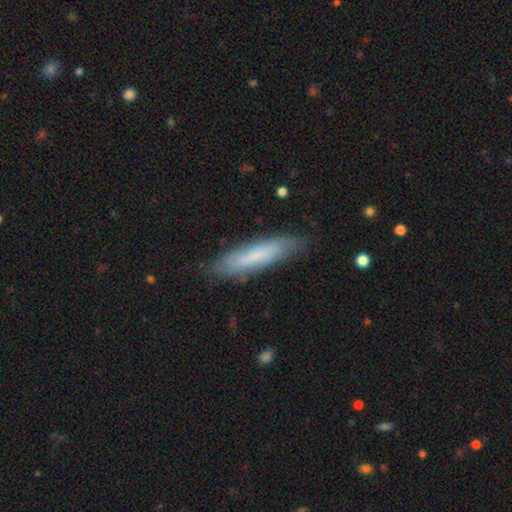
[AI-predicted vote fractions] This is likely a smooth galaxy (65%). How rounded: likely cigar-shaped (77%). Merging: likely none (79%).